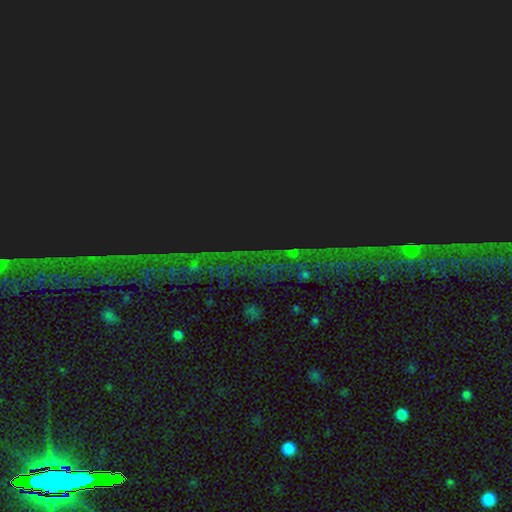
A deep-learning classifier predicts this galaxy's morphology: This appears to be a star or artifact, not a galaxy (85%).